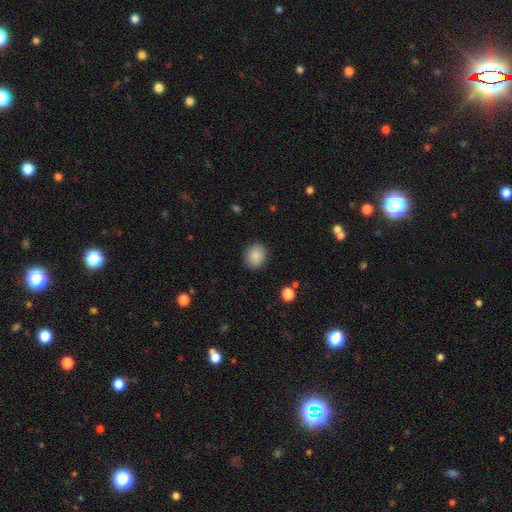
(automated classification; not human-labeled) A smooth galaxy with no disk features (86%) that is round (73%). Merging: none (89%).